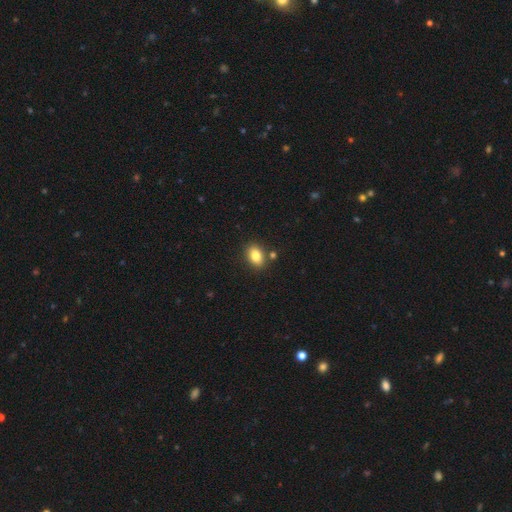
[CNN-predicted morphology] smooth 84%, star or artifact 9%, featured or disk 7%. Down the decision tree: how rounded — in between (79%); merging — none (80%).